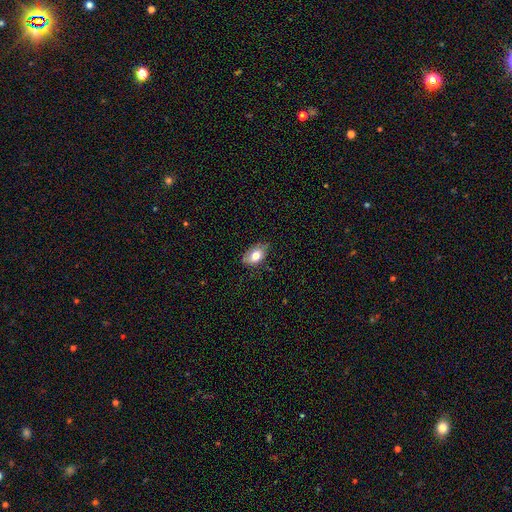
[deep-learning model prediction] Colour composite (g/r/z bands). It shows a smooth galaxy with no disk features (73%) that is in between round and cigar-shaped (89%). Merging: none (70%).